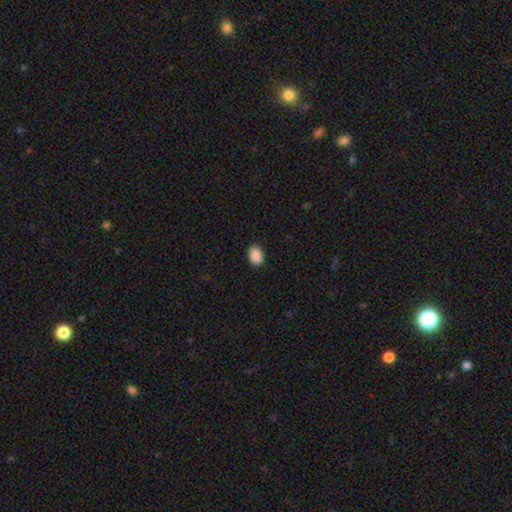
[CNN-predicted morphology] smooth 90%, star or artifact 8%, featured or disk 2%. Down the decision tree: how rounded — in between (82%); merging — none (88%).